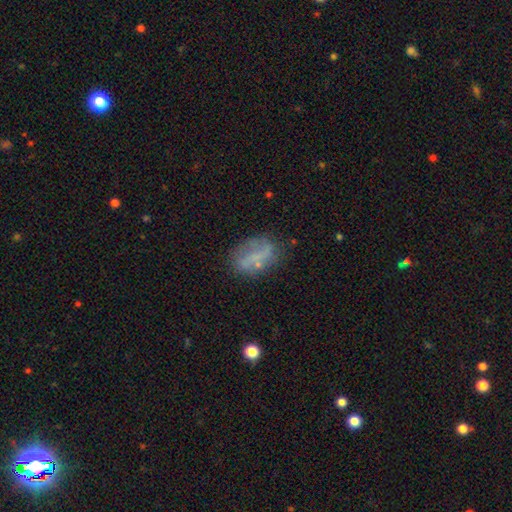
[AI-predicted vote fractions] A featured or disk galaxy (48%).

Vote fractions:
- Smooth or featured? featured or disk: 48% / smooth: 40% / star or artifact: 11%
- Merging? none: 61% / minor disturbance: 22% / major disturbance: 12% / merger: 5%